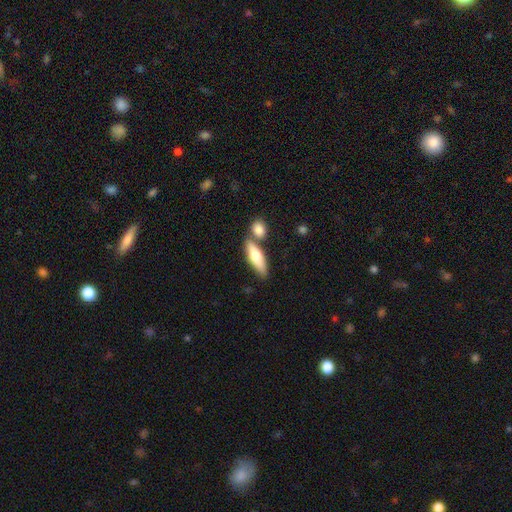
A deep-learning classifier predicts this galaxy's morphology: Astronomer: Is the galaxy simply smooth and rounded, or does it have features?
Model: smooth — 68%.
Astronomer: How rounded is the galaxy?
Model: in between — 50% (runner-up: cigar-shaped, 47%).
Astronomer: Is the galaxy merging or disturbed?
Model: none — 59%.